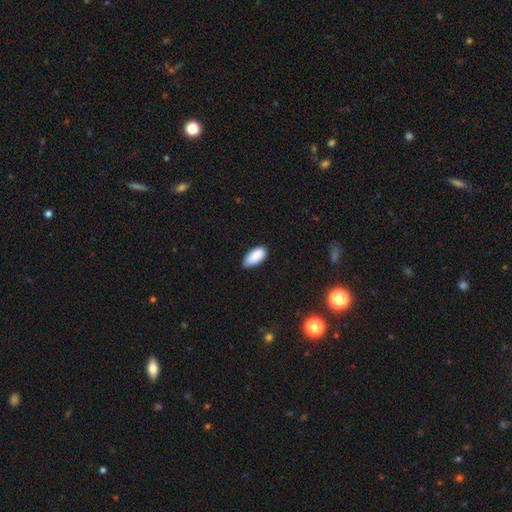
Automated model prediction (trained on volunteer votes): smooth 89%, star or artifact 7%, featured or disk 4%. Down the decision tree: how rounded — in between (91%); merging — none (71%).